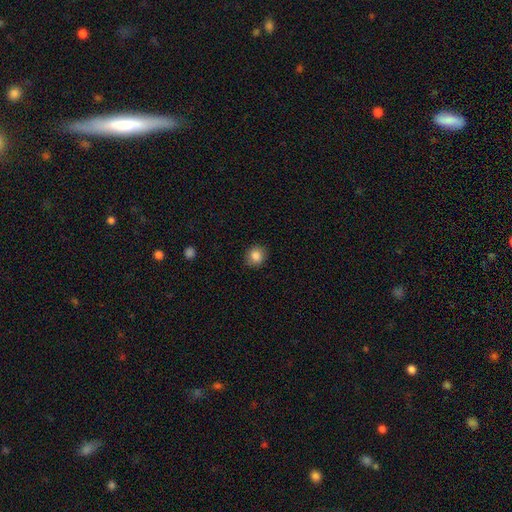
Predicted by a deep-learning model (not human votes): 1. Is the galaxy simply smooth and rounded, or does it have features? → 86% smooth, 9% star or artifact, 5% featured or disk.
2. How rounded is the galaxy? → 83% round, 16% in between, 1% cigar-shaped.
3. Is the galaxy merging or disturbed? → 88% none, 9% minor disturbance, 2% major disturbance, 1% merger.